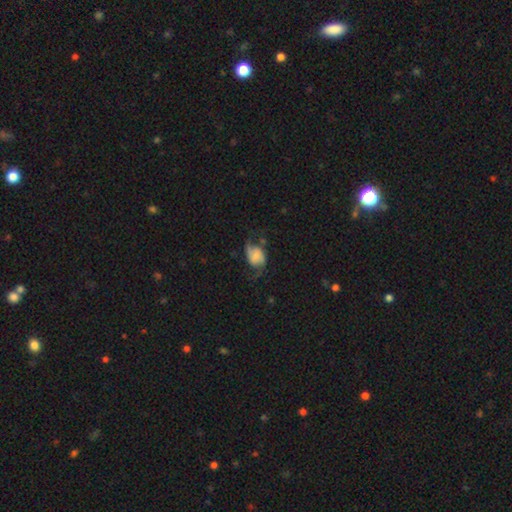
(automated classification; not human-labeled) Overall: featured or disk (64%; smooth 28%). Edge-on disk: no (97%). Bar: no (54%; weak 34%). Spiral arms: yes (92%). Spiral arm count: 2 (91%). Spiral winding: loose (65%; medium 28%). Bulge size: none (30%, tied with small). Merging: none (54%; minor disturbance 22%).